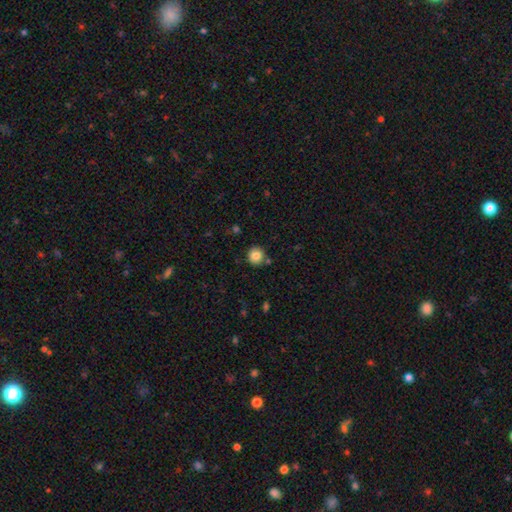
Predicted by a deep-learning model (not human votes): Smooth or featured?
  - smooth: 84% *
  - star or artifact: 10%
  - featured or disk: 6%
How rounded?
  - round: 92% *
  - in between: 7%
  - cigar-shaped: 1%
Merging?
  - none: 85% *
  - minor disturbance: 8%
  - merger: 5%
  - major disturbance: 2%